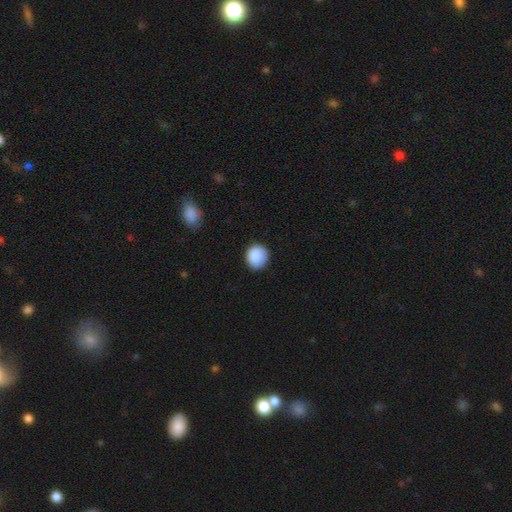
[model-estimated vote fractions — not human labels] smooth_or_featured: smooth (p=0.89) [alt: star or artifact p=0.07]
how_rounded: round (p=0.87) [alt: in between p=0.12]
merging: none (p=0.85) [alt: minor disturbance p=0.11]